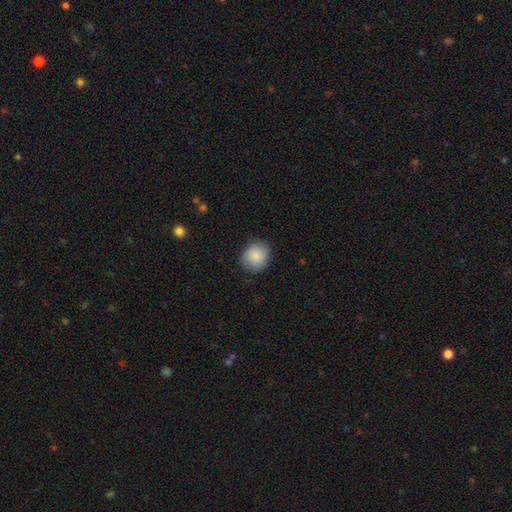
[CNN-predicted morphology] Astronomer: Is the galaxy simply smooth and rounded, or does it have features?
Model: smooth — 88%.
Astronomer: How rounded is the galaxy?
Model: round — 82%.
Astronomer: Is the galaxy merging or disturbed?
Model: none — 84%.